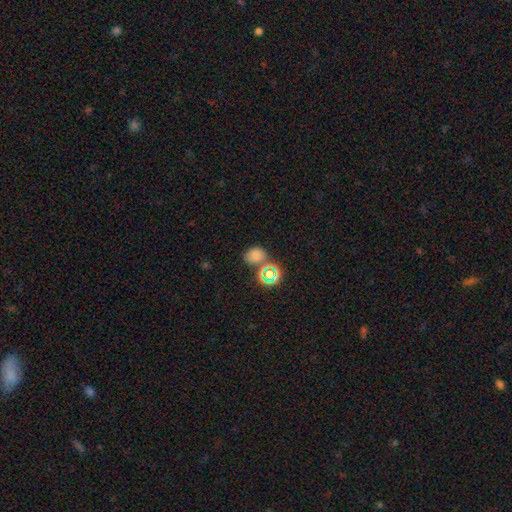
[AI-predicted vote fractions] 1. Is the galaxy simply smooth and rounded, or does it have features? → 66% smooth, 27% star or artifact, 7% featured or disk.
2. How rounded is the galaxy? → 54% round, 45% in between, 1% cigar-shaped.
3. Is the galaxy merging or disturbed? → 62% none, 20% merger, 13% minor disturbance, 5% major disturbance.